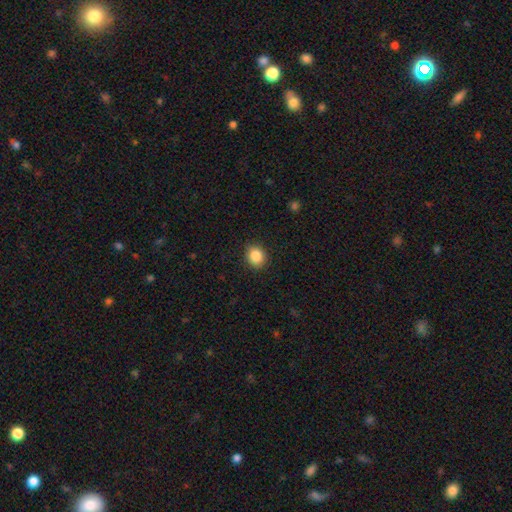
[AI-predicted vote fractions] smooth-or-featured: smooth: 87% | star or artifact: 9% | featured or disk: 4%
  how-rounded: round: 71% | in between: 28% | cigar-shaped: 1%
  merging: none: 89% | minor disturbance: 7% | major disturbance: 2% | merger: 1%